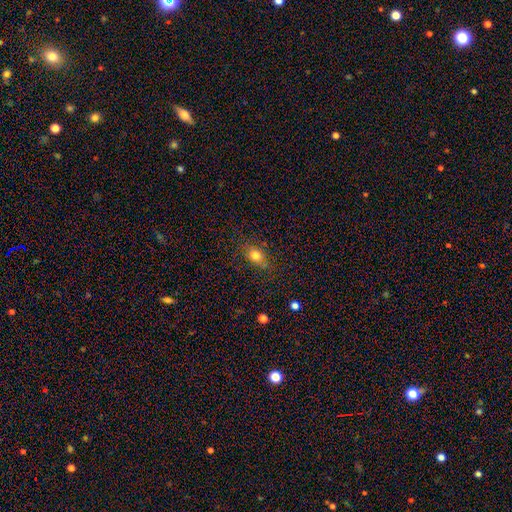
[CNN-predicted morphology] Smooth or featured?
  - smooth: 79% *
  - star or artifact: 12%
  - featured or disk: 10%
How rounded?
  - in between: 66% *
  - round: 31%
  - cigar-shaped: 3%
Merging?
  - none: 77% *
  - minor disturbance: 16%
  - major disturbance: 5%
  - merger: 2%